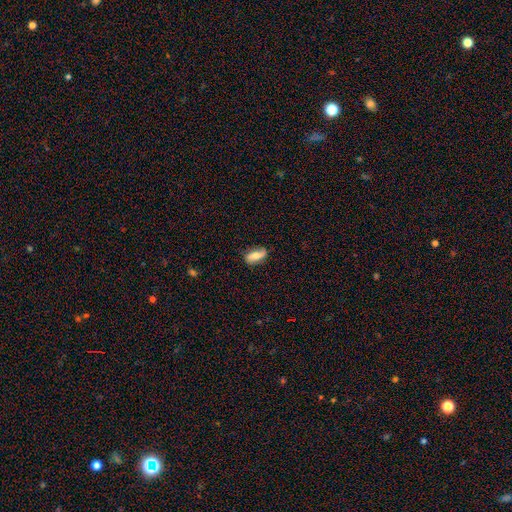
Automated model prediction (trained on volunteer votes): This is possibly a smooth galaxy (57%). How rounded: clearly in between (84%). Merging: likely none (78%).